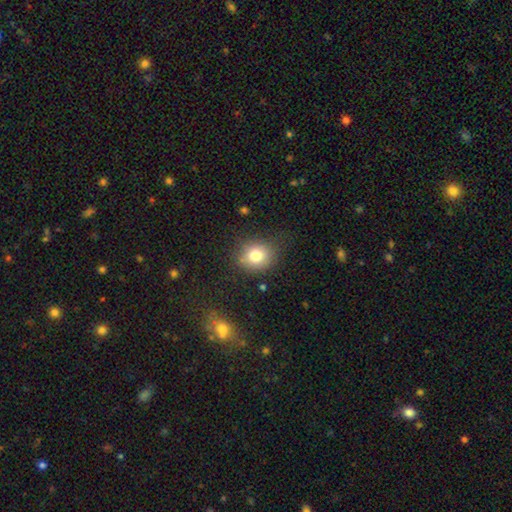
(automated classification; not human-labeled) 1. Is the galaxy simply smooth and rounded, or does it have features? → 78% smooth, 12% star or artifact, 10% featured or disk.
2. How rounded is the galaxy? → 75% round, 24% in between, 1% cigar-shaped.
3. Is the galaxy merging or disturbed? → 80% none, 14% minor disturbance, 4% major disturbance, 2% merger.